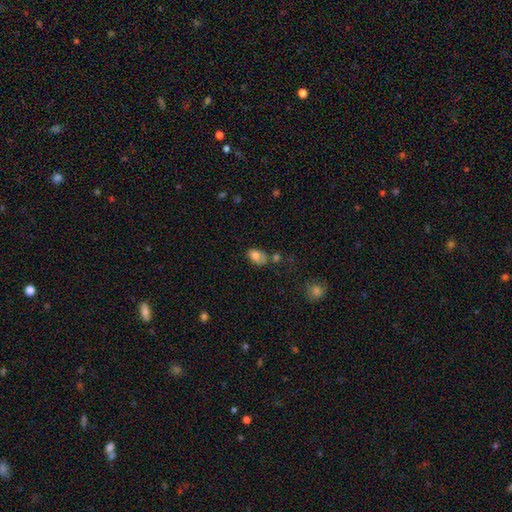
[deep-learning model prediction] This appears to be a smooth galaxy with no disk features (71%) that is in between round and cigar-shaped (85%). Merging: none (42%).